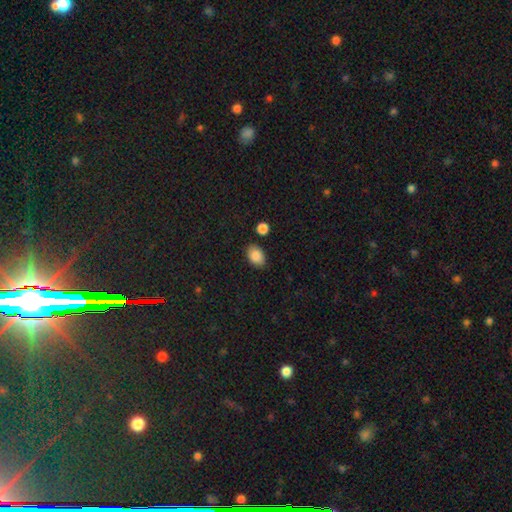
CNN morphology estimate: type=smooth (88%); roundness=in between (82%); merging=none (82%).